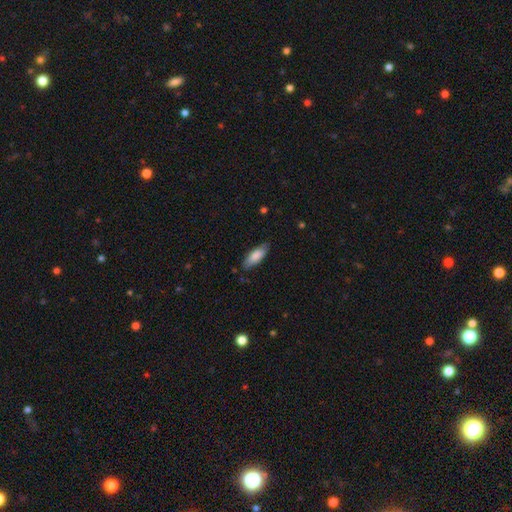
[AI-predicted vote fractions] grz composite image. It shows a smooth galaxy with no disk features (82%) that is in between round and cigar-shaped (69%). Merging: none (79%).